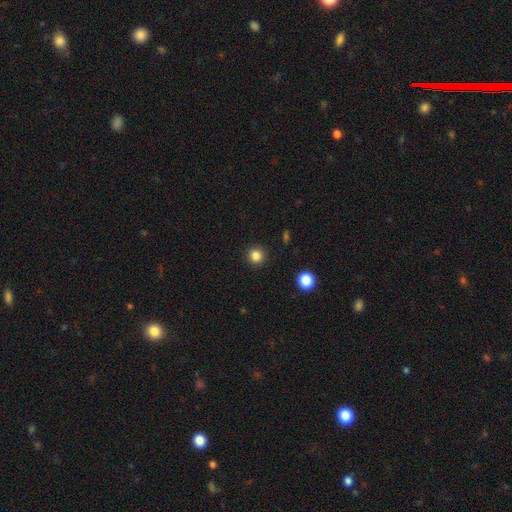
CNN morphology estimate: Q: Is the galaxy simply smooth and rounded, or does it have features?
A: smooth — 84%.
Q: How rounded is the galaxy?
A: round — 93%.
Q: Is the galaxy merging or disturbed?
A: none — 92%.